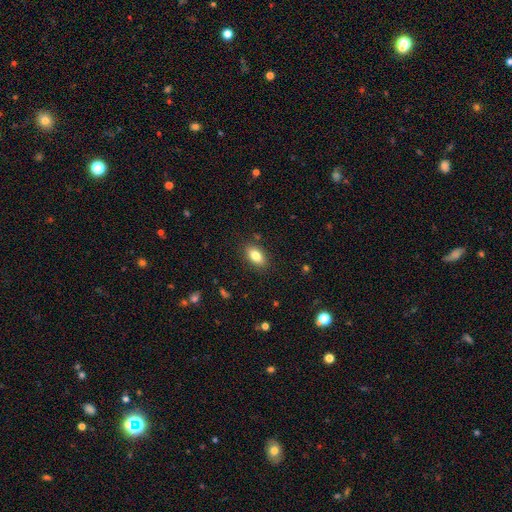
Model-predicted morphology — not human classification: A smooth galaxy with no disk features (82%) that is in between round and cigar-shaped (90%). Merging: none (87%).